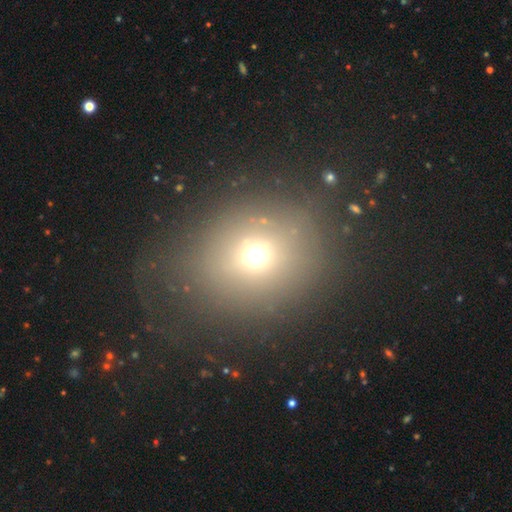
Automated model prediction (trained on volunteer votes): Overall: smooth (63%). How rounded: round (69%; in between 30%). Merging: none (64%).